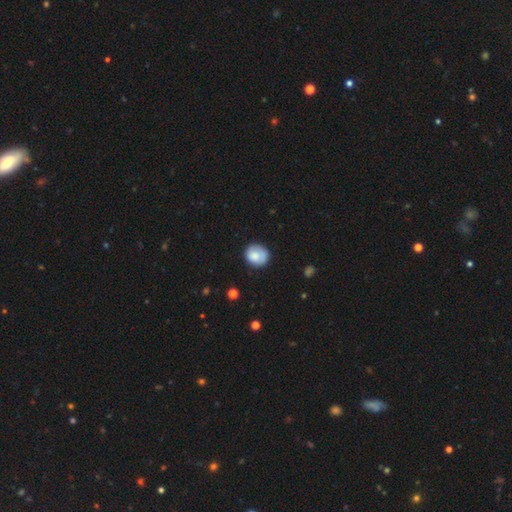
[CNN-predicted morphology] This appears to be a smooth galaxy with no disk features (80%) that is round (80%). Merging: none (77%).